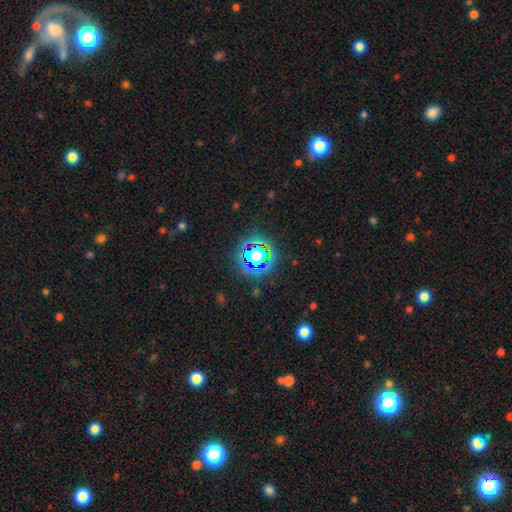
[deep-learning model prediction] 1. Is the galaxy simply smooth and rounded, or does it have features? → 61% star or artifact, 28% smooth, 11% featured or disk.